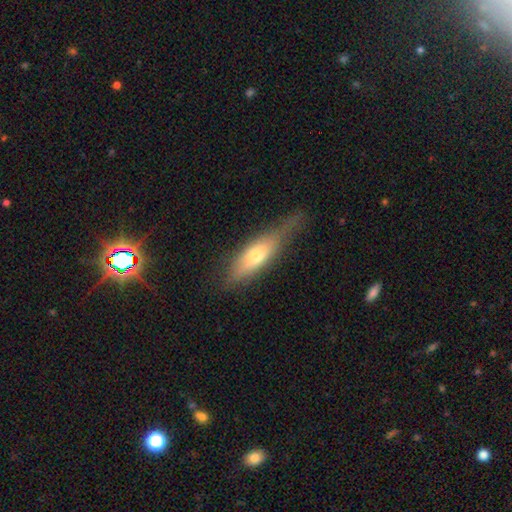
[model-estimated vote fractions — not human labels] smooth 59%, featured or disk 34%, star or artifact 6%. Down the decision tree: how rounded — cigar-shaped (49%, tied with in between); merging — none (54%).